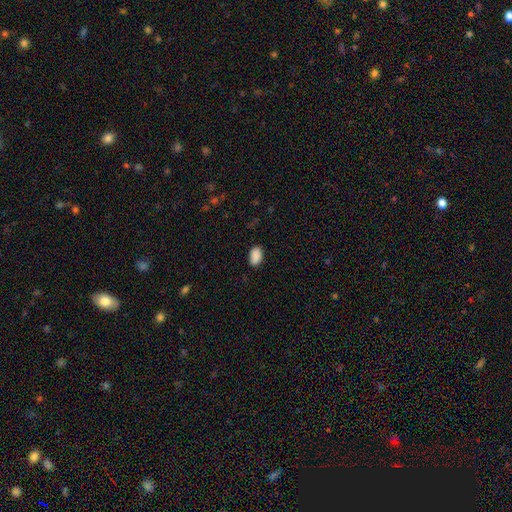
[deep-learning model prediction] smooth 89%, star or artifact 7%, featured or disk 3%. Down the decision tree: how rounded — in between (91%); merging — none (84%).